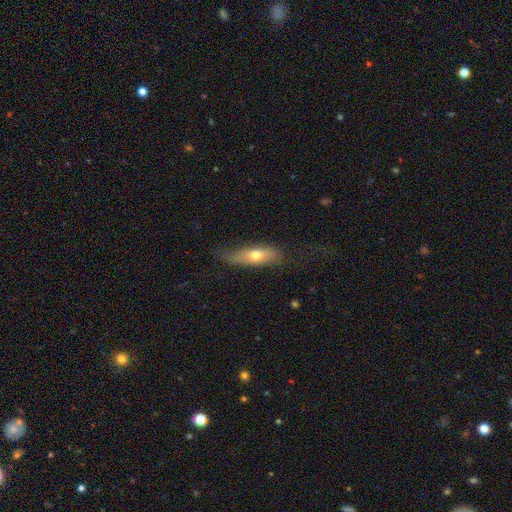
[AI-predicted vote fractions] Smooth or featured? Predicted: smooth (p=0.63). How rounded? Predicted: in between (p=0.53). Merging? Predicted: none (p=0.61).